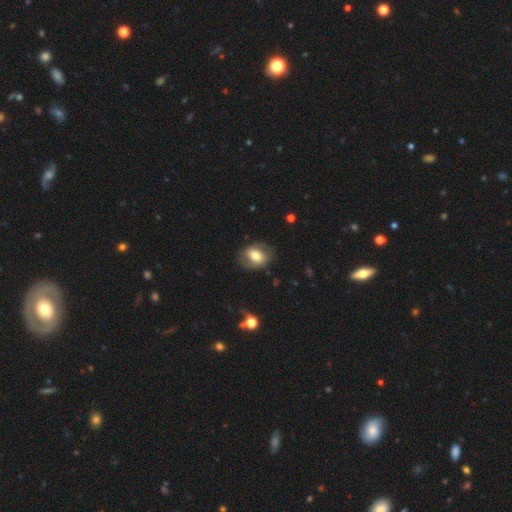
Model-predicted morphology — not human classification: A smooth galaxy with no disk features (60%) that is in between round and cigar-shaped (65%). Merging: none (75%).